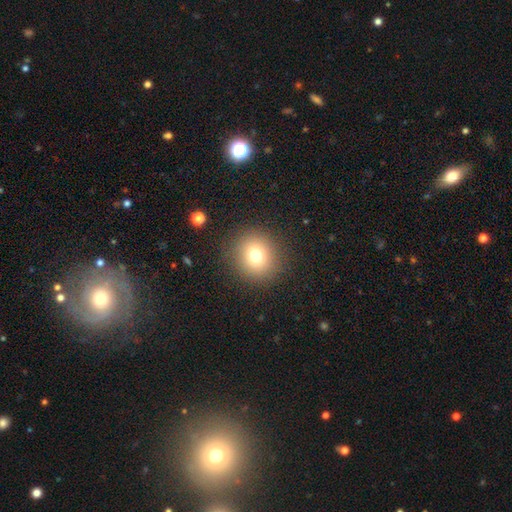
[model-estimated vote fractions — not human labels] Overall: smooth (75%). How rounded: round (90%). Merging: none (89%).